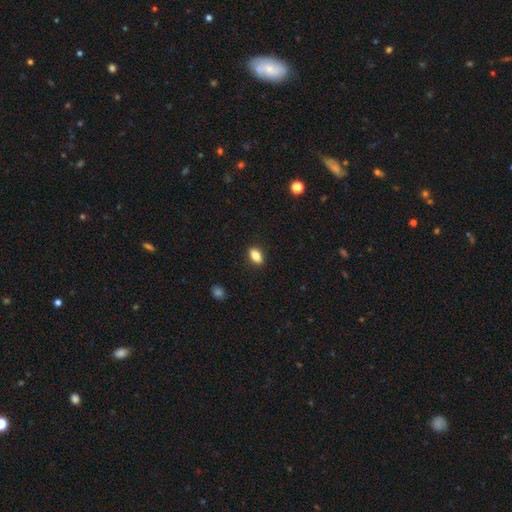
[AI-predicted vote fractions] Q: Smooth or featured?
A: smooth (83%); runner-up: featured or disk (9%)
Q: How rounded?
A: in between (85%); runner-up: cigar-shaped (8%)
Q: Merging?
A: none (89%); runner-up: minor disturbance (8%)